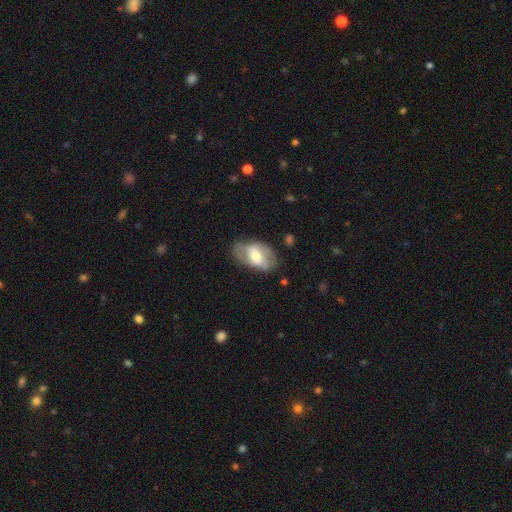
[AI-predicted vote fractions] Smooth or featured?
  - featured or disk: 49% *
  - smooth: 44%
  - star or artifact: 7%
Merging?
  - none: 66% *
  - minor disturbance: 21%
  - major disturbance: 10%
  - merger: 2%